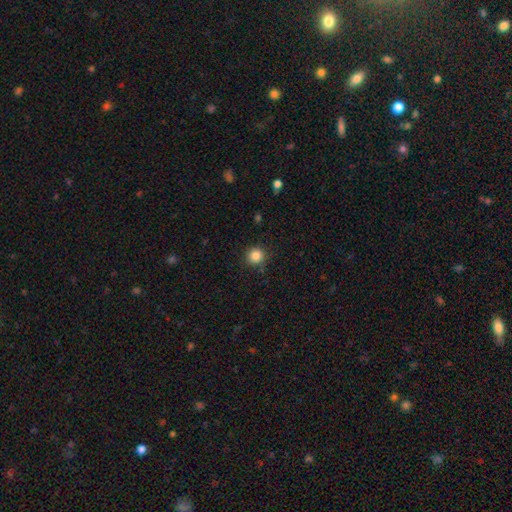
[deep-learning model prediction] A smooth galaxy with no disk features (86%) that is round (92%).

Vote fractions:
- Smooth or featured? smooth: 86% / star or artifact: 11% / featured or disk: 3%
- How rounded? round: 92% / in between: 7% / cigar-shaped: 1%
- Merging? none: 88% / minor disturbance: 8% / major disturbance: 3% / merger: 2%